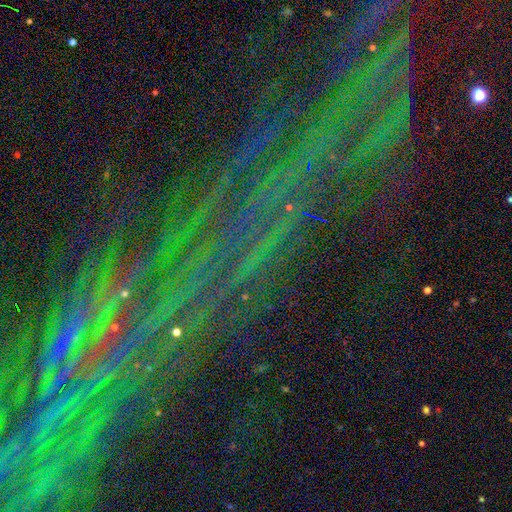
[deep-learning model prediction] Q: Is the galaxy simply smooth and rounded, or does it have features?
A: star or artifact — 82%.